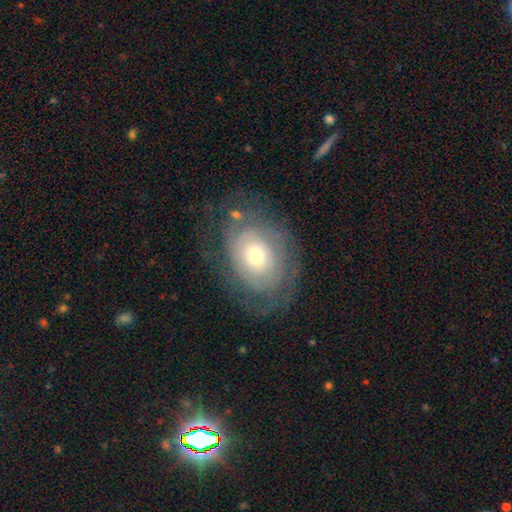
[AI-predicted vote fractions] Smooth or featured? Predicted: featured or disk (p=0.66). Edge-on disk? Predicted: no (p=0.95). Bar? Predicted: no (p=0.83). Spiral arms? Predicted: yes (p=0.73). Bulge size? Predicted: moderate (p=0.59). Merging? Predicted: none (p=0.66).